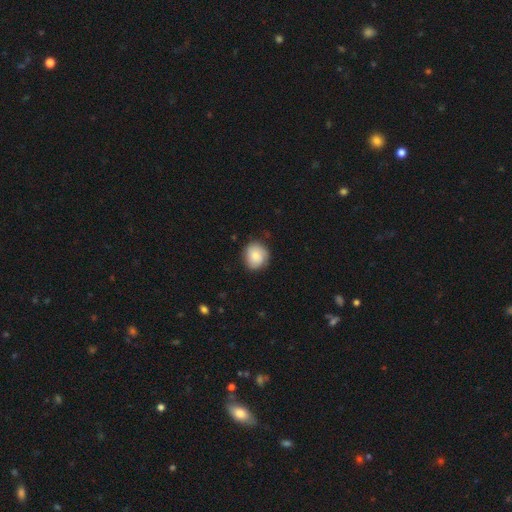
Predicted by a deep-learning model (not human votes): Smooth or featured: smooth — 81% (featured or disk — 11%)
How rounded: round — 77% (in between — 22%)
Merging: none — 80% (minor disturbance — 16%)